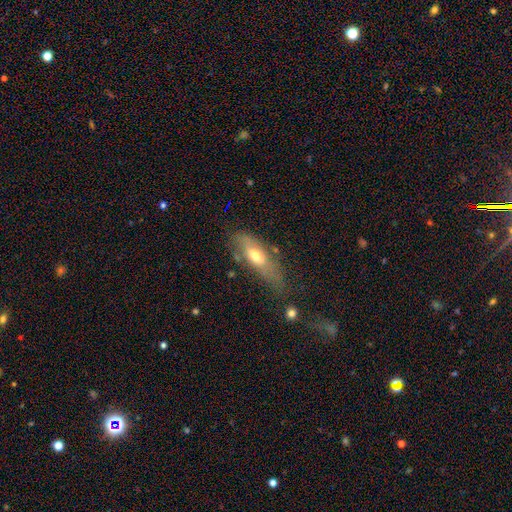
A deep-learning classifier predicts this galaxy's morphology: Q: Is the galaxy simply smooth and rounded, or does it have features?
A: smooth — 54%.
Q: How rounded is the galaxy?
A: in between — 61%.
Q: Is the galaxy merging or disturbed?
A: none — 55%.